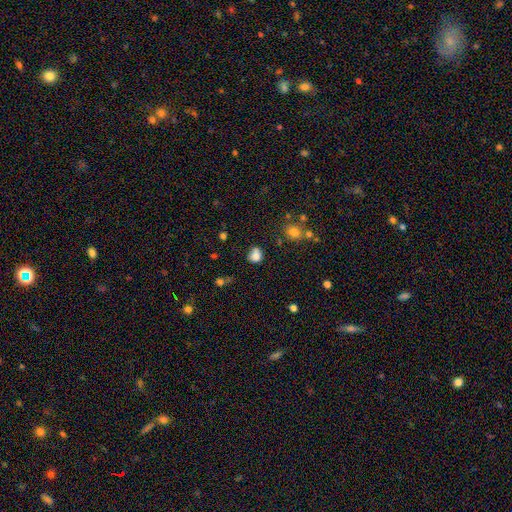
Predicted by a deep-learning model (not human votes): Smooth or featured?
  - smooth: 79% *
  - star or artifact: 12%
  - featured or disk: 8%
How rounded?
  - round: 67% *
  - in between: 32%
  - cigar-shaped: 1%
Merging?
  - none: 51% *
  - minor disturbance: 25%
  - merger: 15%
  - major disturbance: 10%